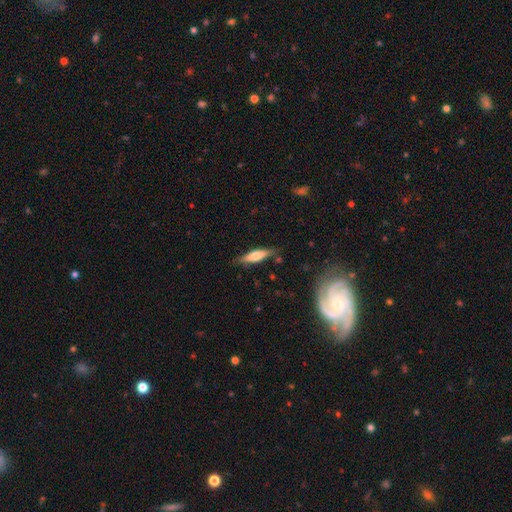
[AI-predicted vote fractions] Morphology: type=smooth (54%); roundness=cigar-shaped (61%); merging=none (79%).